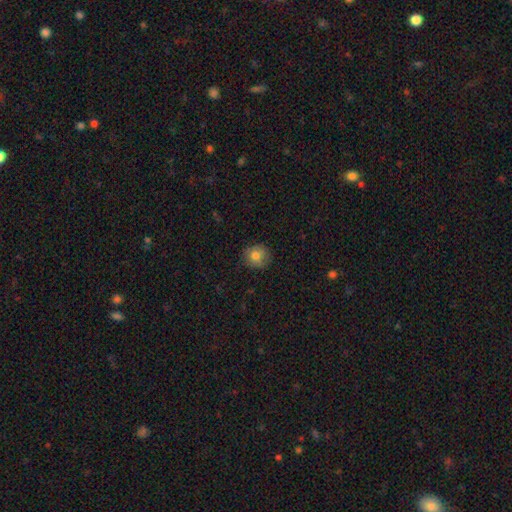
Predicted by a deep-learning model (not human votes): smooth-or-featured: smooth: 80% | featured or disk: 10% | star or artifact: 10%
  how-rounded: round: 88% | in between: 12% | cigar-shaped: 1%
  merging: none: 82% | minor disturbance: 14% | major disturbance: 3% | merger: 1%